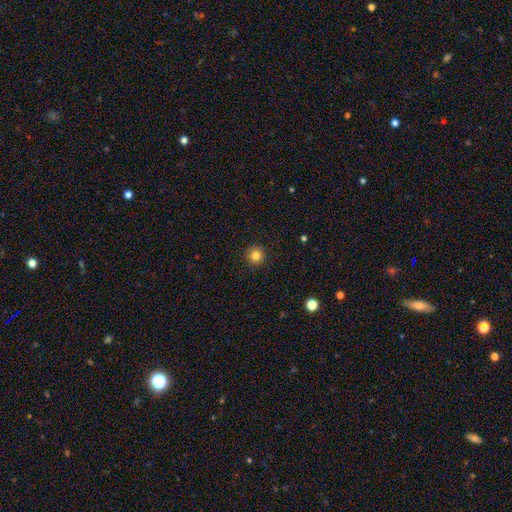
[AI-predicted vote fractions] A smooth galaxy with no disk features (82%) that is round (95%).

Vote fractions:
- Smooth or featured? smooth: 82% / star or artifact: 12% / featured or disk: 6%
- How rounded? round: 95% / in between: 4% / cigar-shaped: 1%
- Merging? none: 92% / minor disturbance: 5% / major disturbance: 2% / merger: 1%